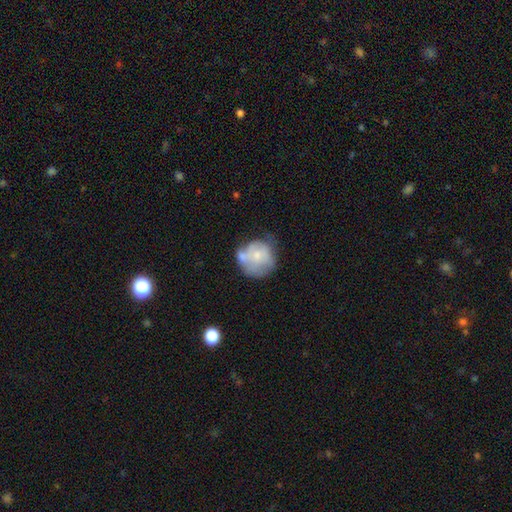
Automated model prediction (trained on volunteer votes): smooth-or-featured: smooth: 55% | featured or disk: 38% | star or artifact: 7%
  how-rounded: round: 81% | in between: 18% | cigar-shaped: 1%
  merging: none: 39% | minor disturbance: 28% | merger: 18% | major disturbance: 16%